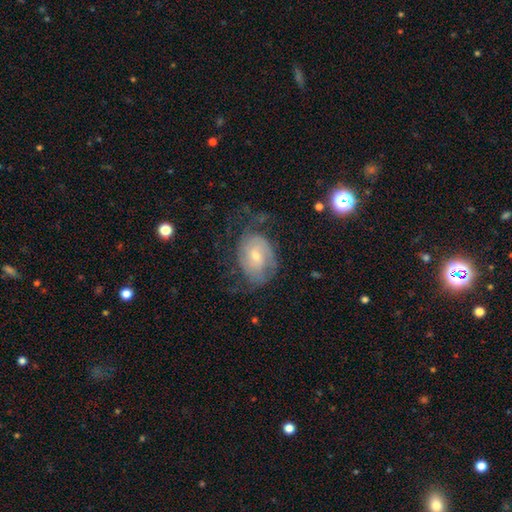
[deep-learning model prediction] Overall: featured or disk (69%). Edge-on disk: no (97%). Bar: no (51%; weak 42%). Spiral arms: yes (86%). Spiral arm count: 2 (42%; can't tell 35%). Spiral winding: tight (44%; medium 39%). Bulge size: small (56%; moderate 38%). Merging: none (47%; minor disturbance 26%).